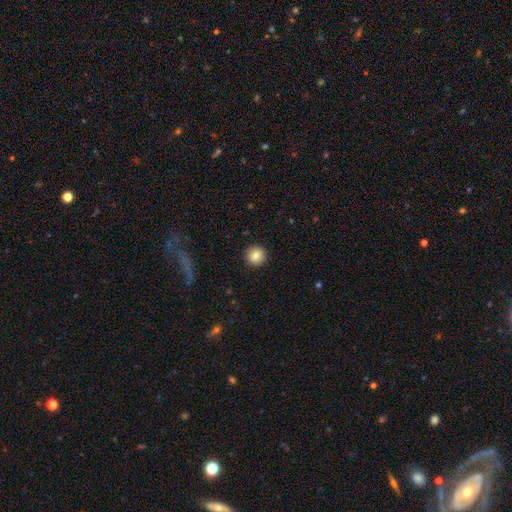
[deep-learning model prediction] smooth 85%, star or artifact 9%, featured or disk 6%. Down the decision tree: how rounded — round (95%); merging — none (92%).